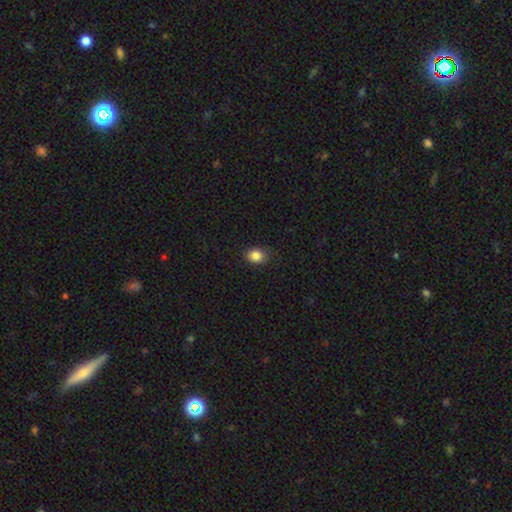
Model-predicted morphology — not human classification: A smooth galaxy with no disk features (86%) that is round (53%).

Vote fractions:
- Smooth or featured? smooth: 86% / star or artifact: 10% / featured or disk: 4%
- How rounded? round: 53% / in between: 46% / cigar-shaped: 1%
- Merging? none: 86% / minor disturbance: 11% / major disturbance: 2% / merger: 1%